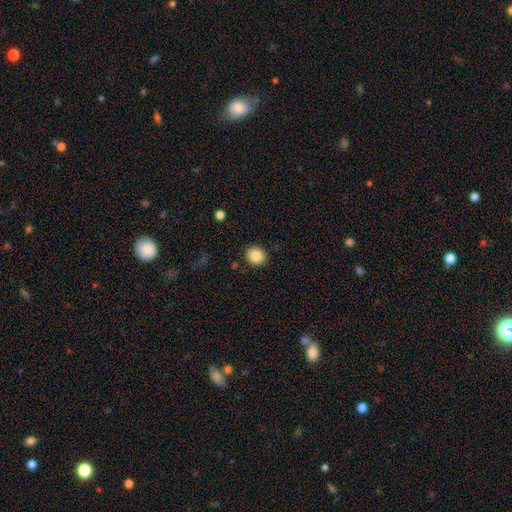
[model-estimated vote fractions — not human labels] A smooth galaxy with no disk features (86%) that is round (66%).

Vote fractions:
- Smooth or featured? smooth: 86% / star or artifact: 9% / featured or disk: 5%
- How rounded? round: 66% / in between: 34% / cigar-shaped: 1%
- Merging? none: 90% / minor disturbance: 7% / major disturbance: 2% / merger: 1%